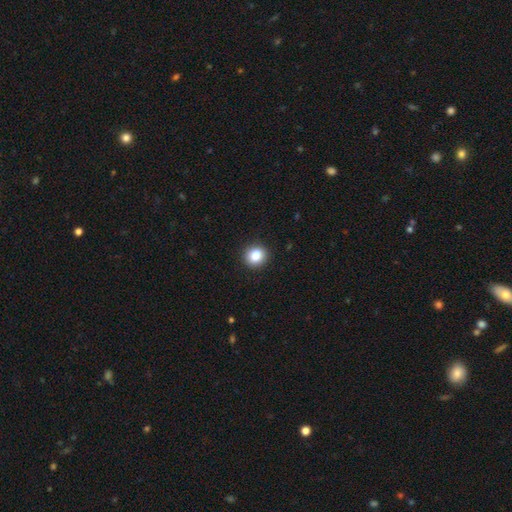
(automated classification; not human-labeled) Smooth or featured? Predicted: smooth (p=0.84). How rounded? Predicted: round (p=0.86). Merging? Predicted: none (p=0.92).